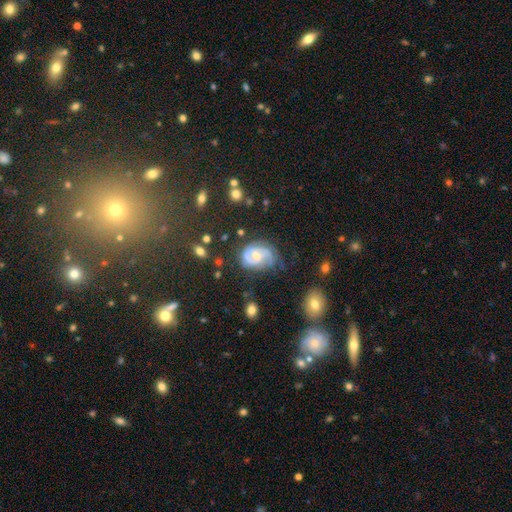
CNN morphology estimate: featured or disk 75%, smooth 16%, star or artifact 9%. Down the decision tree: edge-on disk — no (97%); bar — weak (49%); spiral arms — yes (91%); spiral arm count — 2 (68%); spiral winding — medium (43%, tied with tight); bulge size — moderate (46%); merging — none (57%).